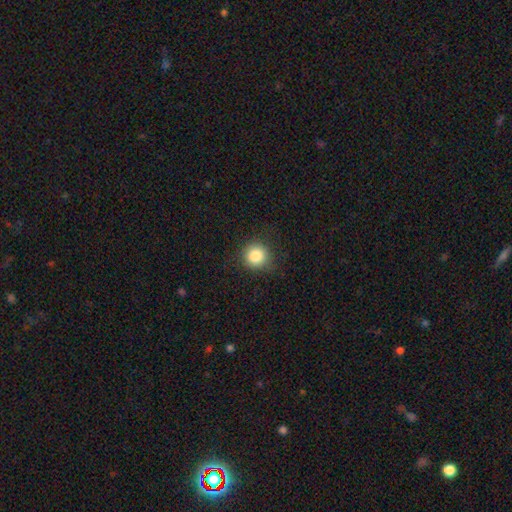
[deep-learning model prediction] A smooth galaxy with no disk features (85%) that is round (92%).

Vote fractions:
- Smooth or featured? smooth: 85% / star or artifact: 10% / featured or disk: 5%
- How rounded? round: 92% / in between: 7% / cigar-shaped: 1%
- Merging? none: 86% / minor disturbance: 10% / major disturbance: 3% / merger: 1%